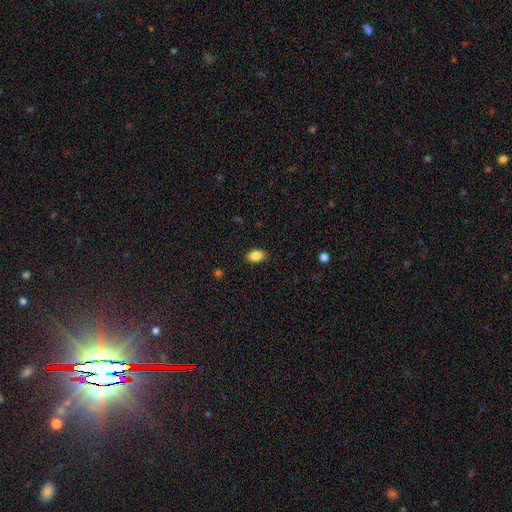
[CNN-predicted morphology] smooth-or-featured: smooth: 86% | star or artifact: 9% | featured or disk: 5%
  how-rounded: in between: 86% | round: 12% | cigar-shaped: 2%
  merging: none: 87% | minor disturbance: 9% | major disturbance: 2% | merger: 1%